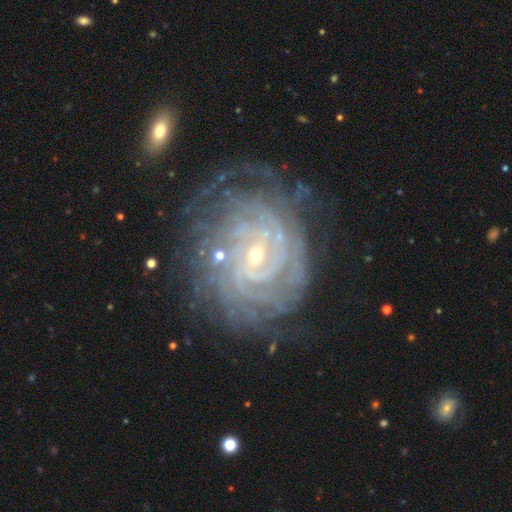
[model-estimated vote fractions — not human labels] Smooth or featured?
  - featured or disk: 90% *
  - star or artifact: 5%
  - smooth: 4%
Edge-on disk?
  - no: 97% *
  - yes: 3%
Bar?
  - weak: 43% *
  - no: 36%
  - strong: 21%
Spiral arms?
  - yes: 98% *
  - no: 2%
Spiral winding?
  - tight: 83% *
  - medium: 14%
  - loose: 3%
Spiral arm count?
  - can't tell: 25% *
  - more than 4: 22%
  - 4: 21%
  - 3: 13%
  - 2: 12%
  - 1: 7%
Bulge size?
  - small: 73% *
  - moderate: 23%
  - large: 1%
  - none: 1%
  - dominant: 1%
Merging?
  - none: 72% *
  - minor disturbance: 17%
  - major disturbance: 8%
  - merger: 2%